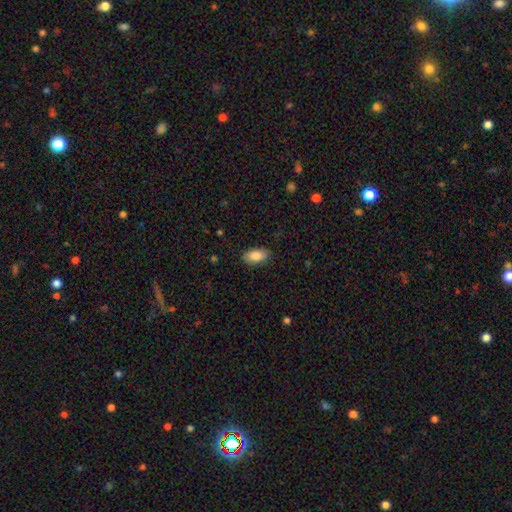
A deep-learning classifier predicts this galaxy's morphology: Smooth or featured? Predicted: smooth (p=0.86). How rounded? Predicted: in between (p=0.93). Merging? Predicted: none (p=0.85).